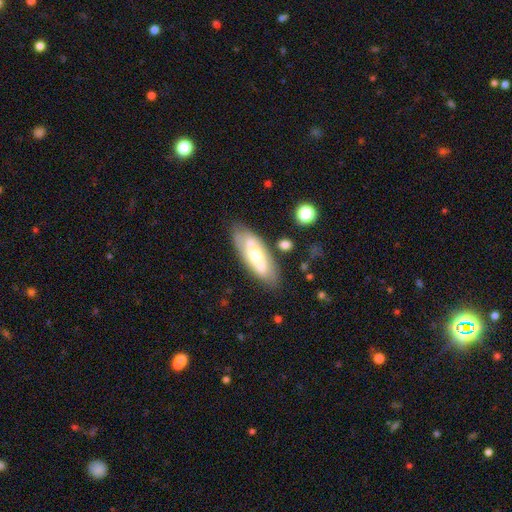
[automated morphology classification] Smooth or featured: featured or disk — 52% (smooth — 42%)
Edge-on disk: no — 79% (yes — 21%)
Merging: none — 71% (minor disturbance — 18%)